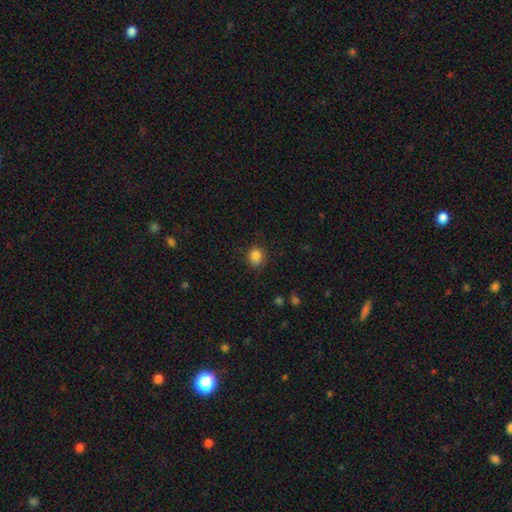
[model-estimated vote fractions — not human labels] Smooth or featured? Predicted: smooth (p=0.85). How rounded? Predicted: round (p=0.64). Merging? Predicted: none (p=0.79).